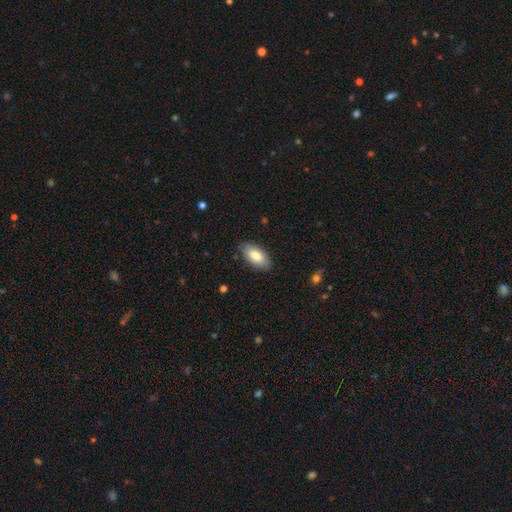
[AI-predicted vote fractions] Morphology: type=smooth (81%); roundness=in between (93%); merging=none (85%).